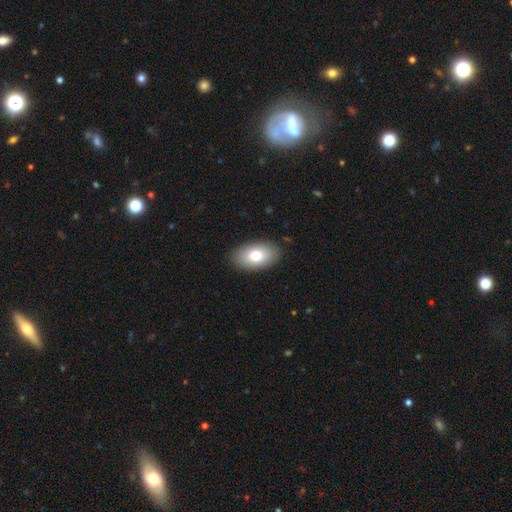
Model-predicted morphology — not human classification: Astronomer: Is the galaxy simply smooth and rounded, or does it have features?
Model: smooth — 76%.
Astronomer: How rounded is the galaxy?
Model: in between — 93%.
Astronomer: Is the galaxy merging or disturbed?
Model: none — 88%.